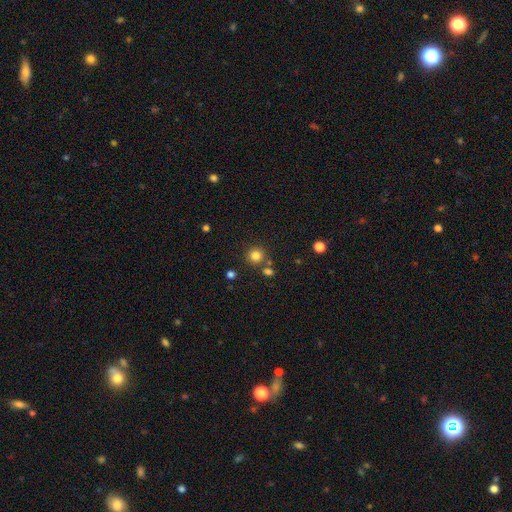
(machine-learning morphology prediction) Smooth or featured? Predicted: smooth (p=0.82). How rounded? Predicted: round (p=0.93). Merging? Predicted: none (p=0.79).